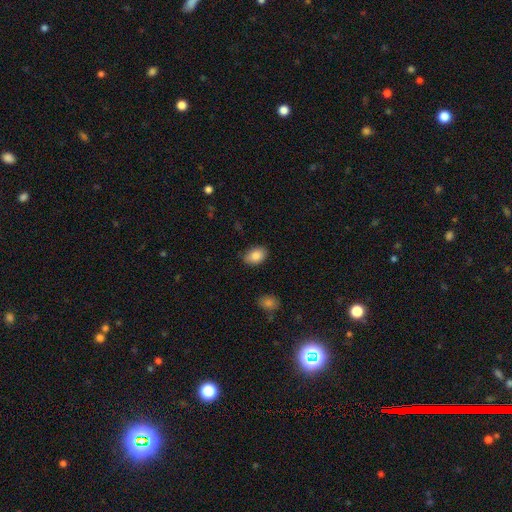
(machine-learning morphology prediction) Smooth or featured: smooth — 86% (star or artifact — 7%)
How rounded: in between — 85% (round — 14%)
Merging: none — 81% (minor disturbance — 15%)